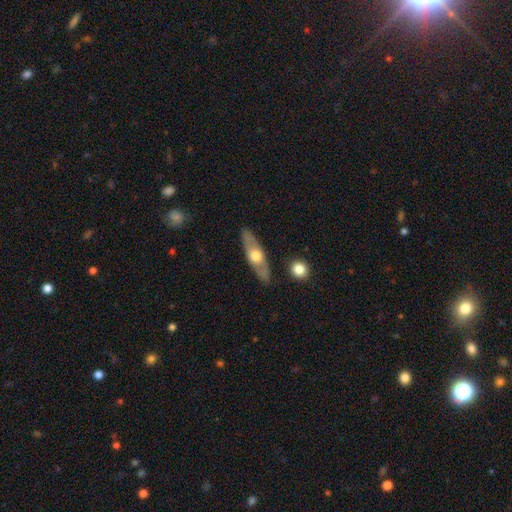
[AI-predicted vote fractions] Q: Smooth or featured?
A: featured or disk (57%); runner-up: smooth (39%)
Q: Edge-on disk?
A: yes (66%); runner-up: no (34%)
Q: Merging?
A: none (85%); runner-up: minor disturbance (10%)